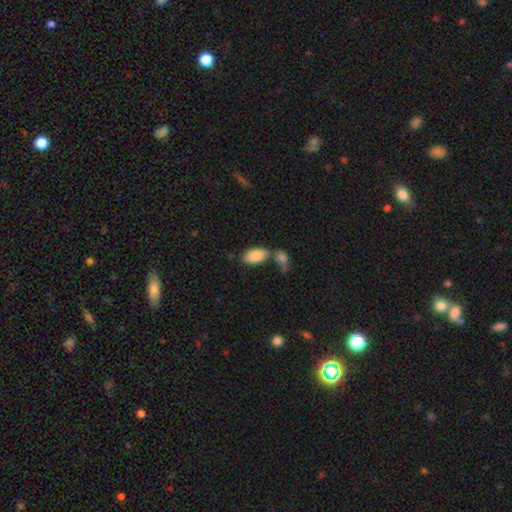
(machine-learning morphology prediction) A smooth galaxy with no disk features (87%) that is in between round and cigar-shaped (95%).

Vote fractions:
- Smooth or featured? smooth: 87% / featured or disk: 7% / star or artifact: 6%
- How rounded? in between: 95% / cigar-shaped: 3% / round: 3%
- Merging? none: 51% / merger: 32% / minor disturbance: 12% / major disturbance: 5%